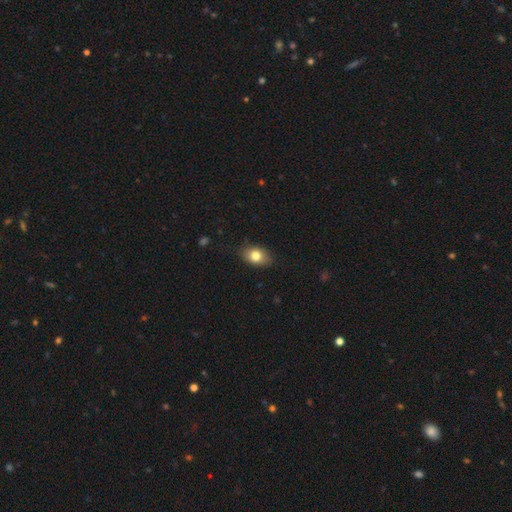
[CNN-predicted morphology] smooth 80%, featured or disk 12%, star or artifact 8%. Down the decision tree: how rounded — in between (82%); merging — none (83%).